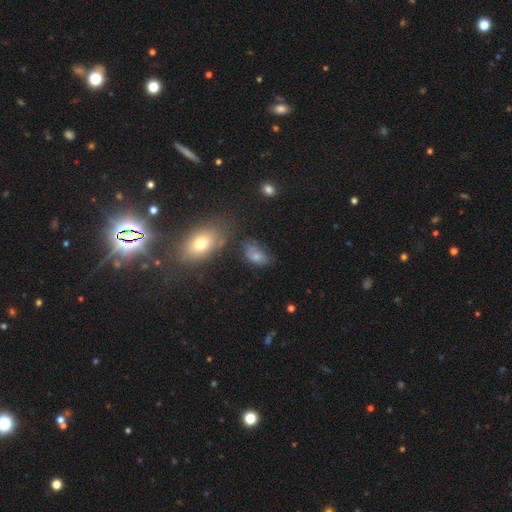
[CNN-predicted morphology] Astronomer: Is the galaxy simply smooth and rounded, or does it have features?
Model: smooth — 59%.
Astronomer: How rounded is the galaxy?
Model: in between — 84%.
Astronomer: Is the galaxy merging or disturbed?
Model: none — 43% (runner-up: minor disturbance, 30%).